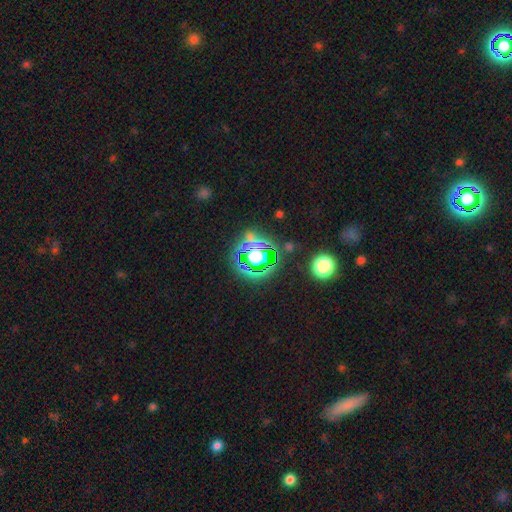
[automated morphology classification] Smooth or featured? star or artifact (62%)